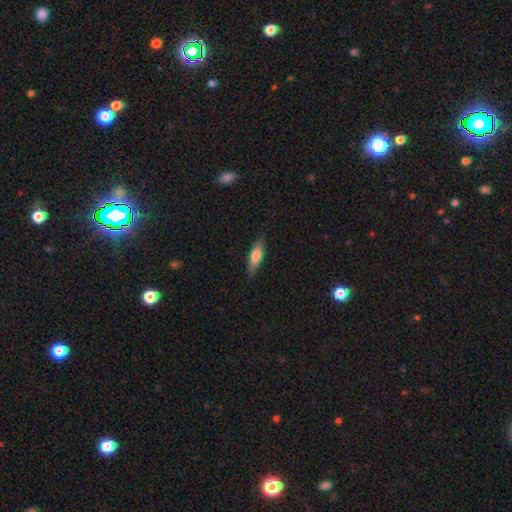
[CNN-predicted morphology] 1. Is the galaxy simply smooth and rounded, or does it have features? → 74% smooth, 20% featured or disk, 6% star or artifact.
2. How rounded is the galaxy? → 51% in between, 47% cigar-shaped, 2% round.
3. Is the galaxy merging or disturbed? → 81% none, 15% minor disturbance, 3% major disturbance, 1% merger.